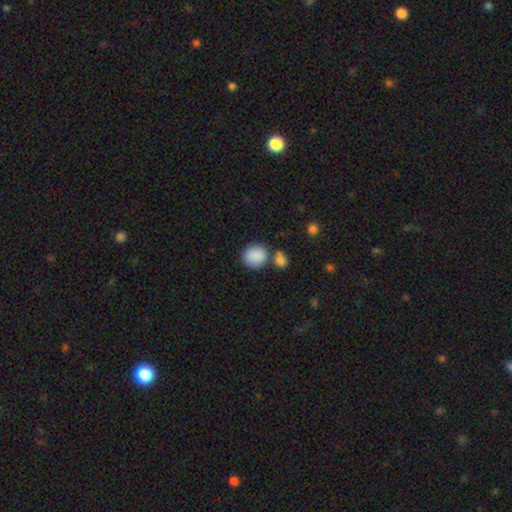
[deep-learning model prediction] Smooth or featured: smooth — 88% (star or artifact — 7%)
How rounded: round — 78% (in between — 21%)
Merging: none — 65% (merger — 20%)